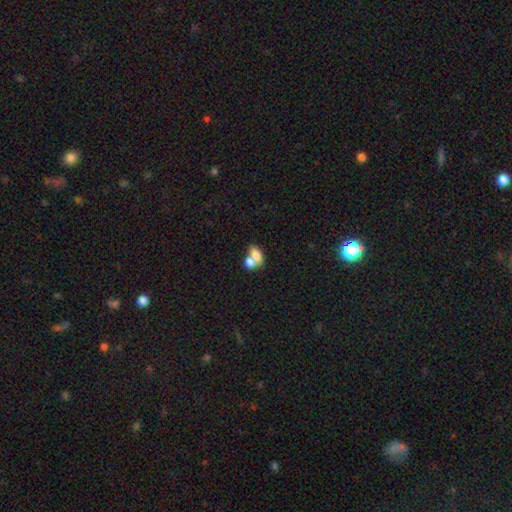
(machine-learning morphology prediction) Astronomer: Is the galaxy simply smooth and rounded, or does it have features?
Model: smooth — 73%.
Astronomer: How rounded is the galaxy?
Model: in between — 77%.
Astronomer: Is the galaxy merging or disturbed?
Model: merger — 67%.